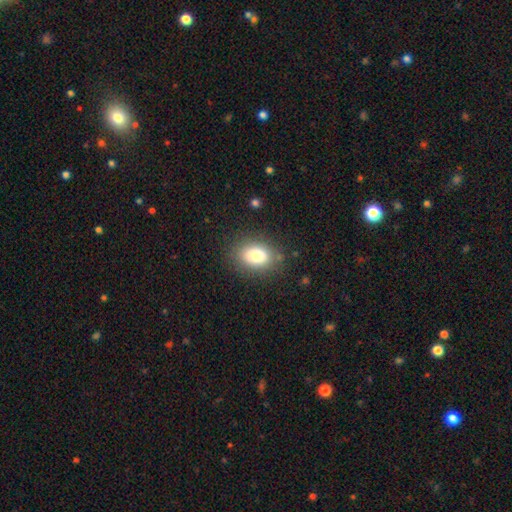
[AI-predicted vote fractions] smooth_or_featured: smooth (p=0.78) [alt: featured or disk p=0.12]
how_rounded: in between (p=0.78) [alt: round p=0.21]
merging: none (p=0.81) [alt: minor disturbance p=0.13]